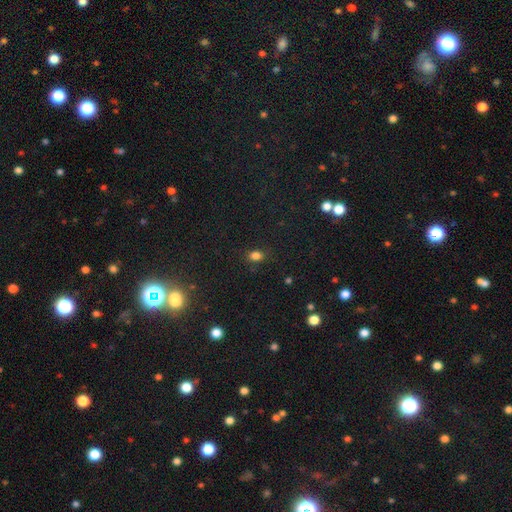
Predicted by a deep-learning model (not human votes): This is clearly a smooth galaxy (80%). How rounded: likely in between (67%). Merging: clearly none (83%).